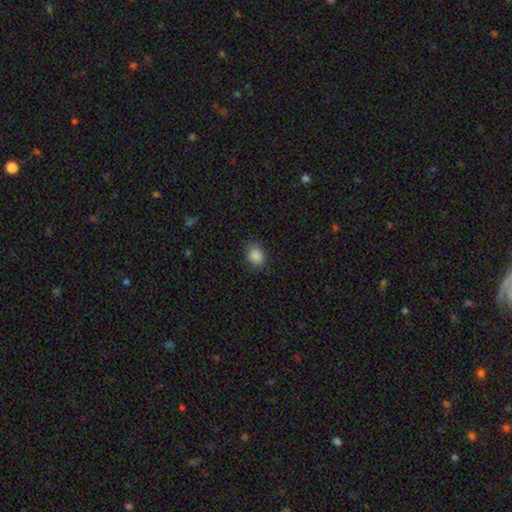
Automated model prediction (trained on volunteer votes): Smooth or featured: smooth — 87% (star or artifact — 9%)
How rounded: round — 50% (in between — 49%)
Merging: none — 81% (minor disturbance — 15%)